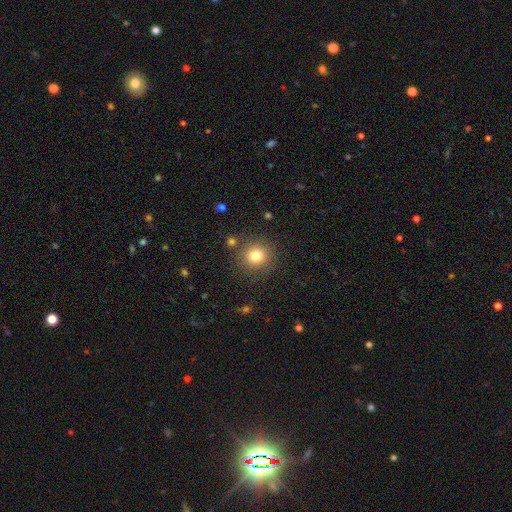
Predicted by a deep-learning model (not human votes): Morphology: type=smooth (80%); roundness=round (91%); merging=none (85%).